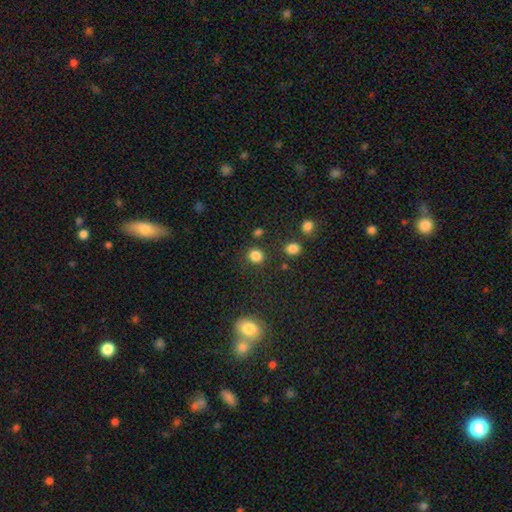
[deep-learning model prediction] Smooth or featured?
  - smooth: 83% *
  - star or artifact: 13%
  - featured or disk: 4%
How rounded?
  - round: 82% *
  - in between: 17%
  - cigar-shaped: 1%
Merging?
  - none: 81% *
  - minor disturbance: 10%
  - merger: 5%
  - major disturbance: 4%